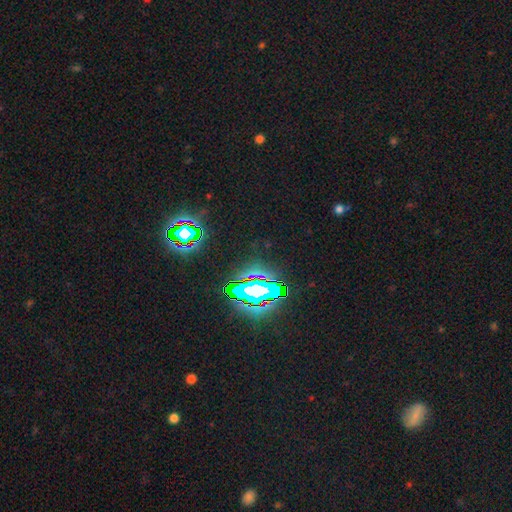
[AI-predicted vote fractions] The model was most divided on "smooth or featured": star or artifact: 82%, smooth: 10%, featured or disk: 8%.